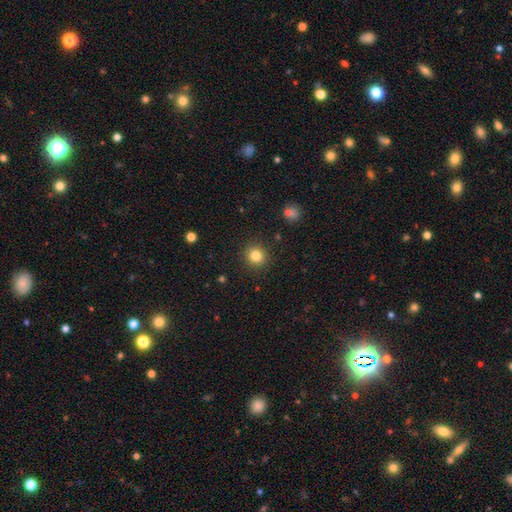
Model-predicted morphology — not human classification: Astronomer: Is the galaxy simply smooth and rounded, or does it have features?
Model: smooth — 83%.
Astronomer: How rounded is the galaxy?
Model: round — 91%.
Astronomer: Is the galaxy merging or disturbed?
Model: none — 90%.